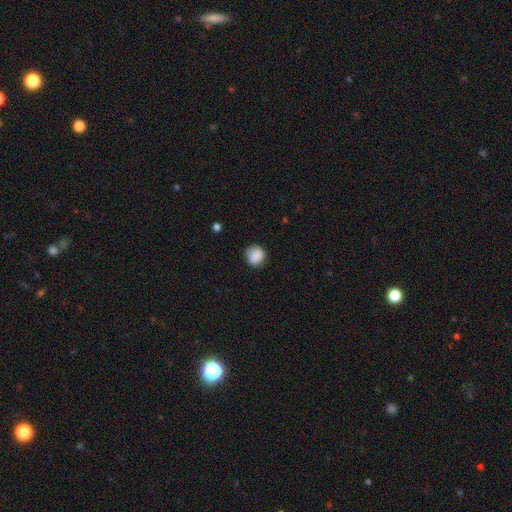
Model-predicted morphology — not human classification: This is clearly a smooth galaxy (88%). How rounded: clearly round (87%). Merging: clearly none (82%).